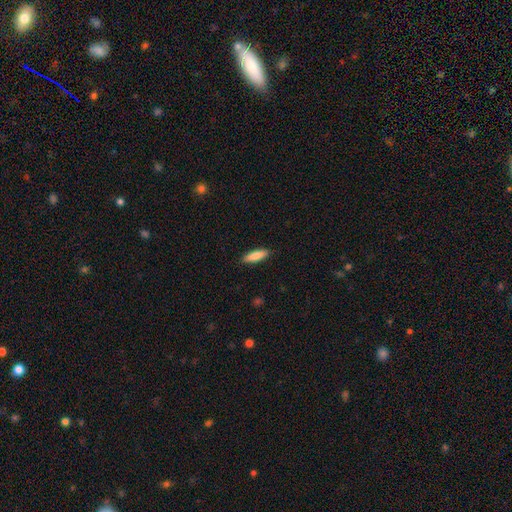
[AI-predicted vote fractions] smooth-or-featured: smooth: 84% | featured or disk: 11% | star or artifact: 5%
  how-rounded: cigar-shaped: 60% | in between: 38% | round: 2%
  merging: none: 89% | minor disturbance: 8% | major disturbance: 2% | merger: 1%